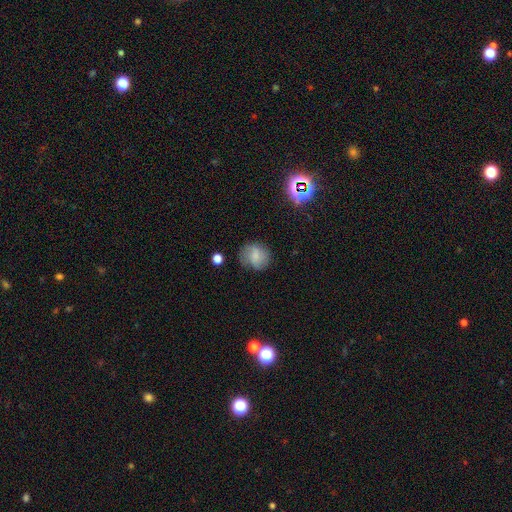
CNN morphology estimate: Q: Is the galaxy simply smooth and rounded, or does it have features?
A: smooth — 63%.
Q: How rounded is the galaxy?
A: round — 78%.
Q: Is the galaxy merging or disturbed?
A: none — 67%.